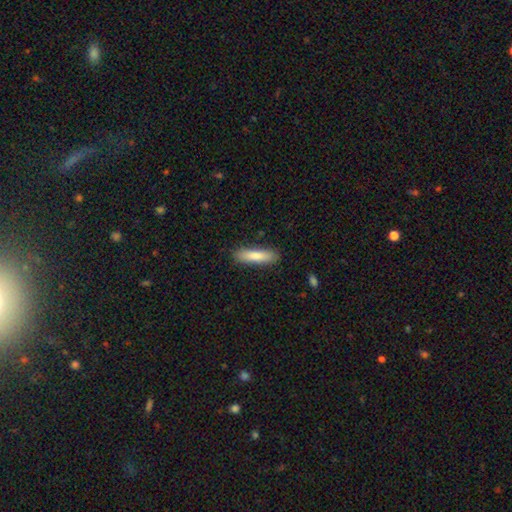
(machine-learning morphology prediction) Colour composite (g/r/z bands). It shows a smooth galaxy with no disk features (82%) that is cigar-shaped (73%). Merging: none (87%).